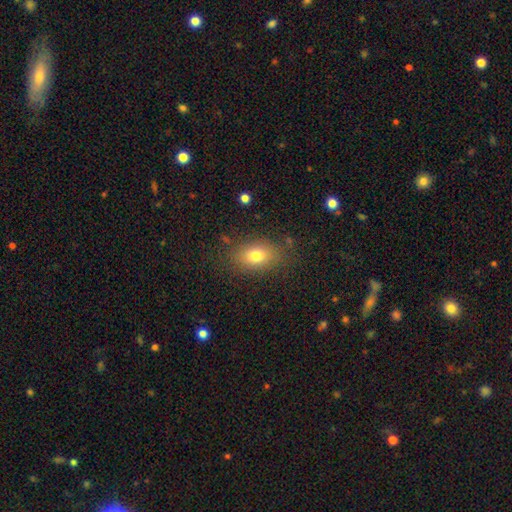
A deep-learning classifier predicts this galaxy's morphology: A smooth galaxy with no disk features (76%) that is in between round and cigar-shaped (80%). Merging: none (81%).